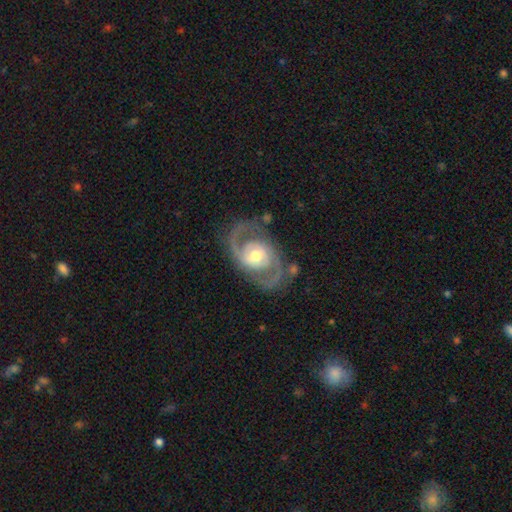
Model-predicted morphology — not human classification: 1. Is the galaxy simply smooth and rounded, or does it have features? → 88% featured or disk, 7% smooth, 4% star or artifact.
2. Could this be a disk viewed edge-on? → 96% no, 4% yes.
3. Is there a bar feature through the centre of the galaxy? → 61% no, 30% weak, 10% strong.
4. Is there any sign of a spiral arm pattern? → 93% yes, 7% no.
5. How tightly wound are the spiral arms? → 52% medium, 30% tight, 18% loose.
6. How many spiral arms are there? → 90% 2, 4% can't tell, 2% 1, 2% 3, 1% 4, 1% more than 4.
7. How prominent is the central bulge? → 72% moderate, 13% small, 13% large, 1% dominant, 1% none.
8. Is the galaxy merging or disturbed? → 75% none, 14% minor disturbance, 8% major disturbance, 2% merger.